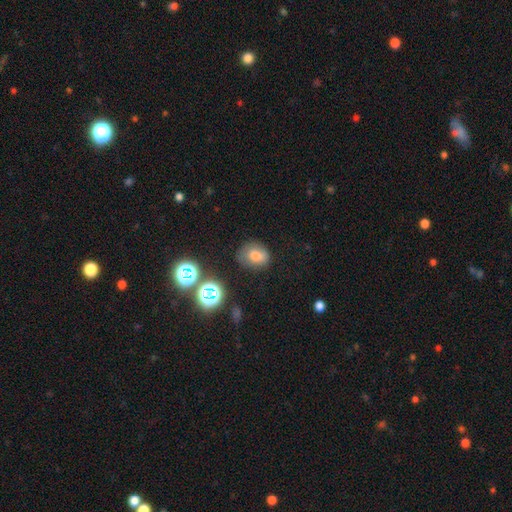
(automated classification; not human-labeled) Smooth or featured: smooth — 74% (star or artifact — 15%)
How rounded: round — 53% (in between — 46%)
Merging: none — 72% (minor disturbance — 19%)